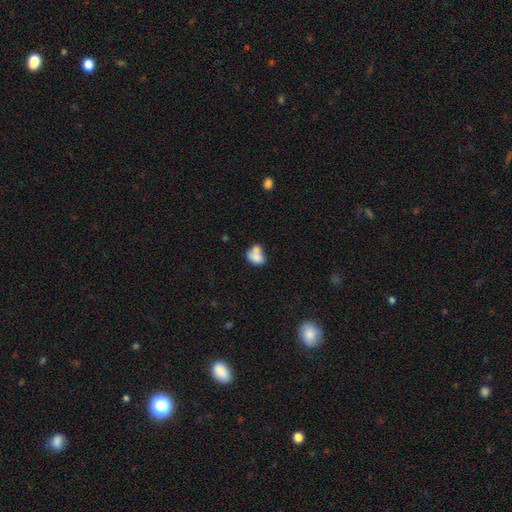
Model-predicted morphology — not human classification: Smooth or featured? Predicted: smooth (p=0.73). How rounded? Predicted: in between (p=0.67). Merging? Predicted: merger (p=0.55).